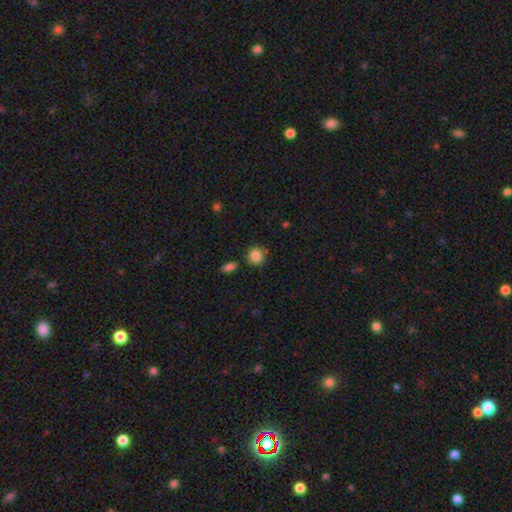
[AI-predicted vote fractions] The model was most divided on "merging": none: 76%, minor disturbance: 16%, merger: 5%, major disturbance: 3%. More confident: smooth or featured — smooth (85%); how rounded — round (83%).